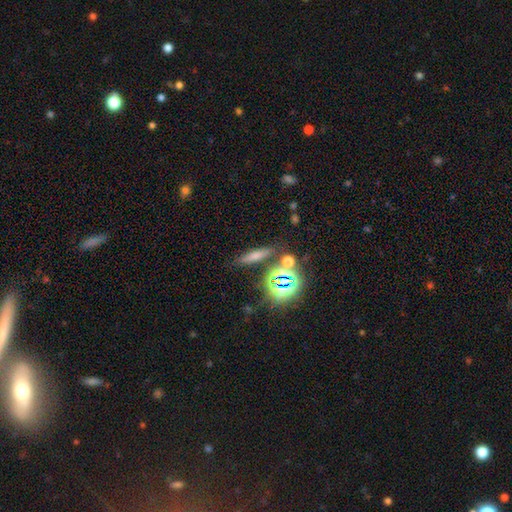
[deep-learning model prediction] Q: Smooth or featured?
A: smooth (60%); runner-up: star or artifact (24%)
Q: How rounded?
A: cigar-shaped (70%); runner-up: in between (20%)
Q: Merging?
A: none (81%); runner-up: minor disturbance (9%)